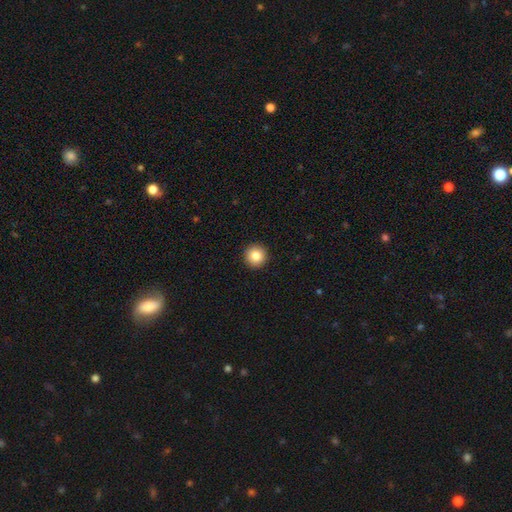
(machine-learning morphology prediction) smooth 83%, star or artifact 9%, featured or disk 7%. Down the decision tree: how rounded — round (96%); merging — none (94%).